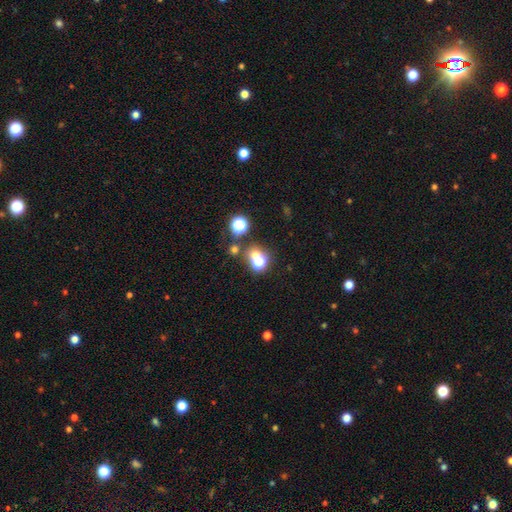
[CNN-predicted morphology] Smooth or featured? Predicted: smooth (p=0.59). How rounded? Predicted: round (p=0.69). Merging? Predicted: none (p=0.48).